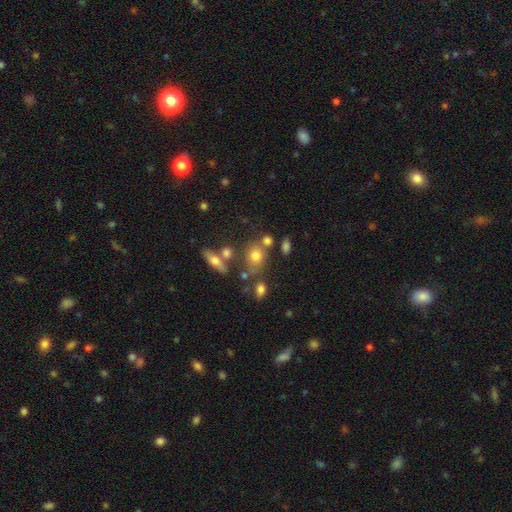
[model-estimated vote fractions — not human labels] Smooth or featured?
  - smooth: 71% *
  - featured or disk: 15%
  - star or artifact: 14%
How rounded?
  - round: 60% *
  - in between: 37%
  - cigar-shaped: 2%
Merging?
  - none: 58% *
  - merger: 21%
  - minor disturbance: 14%
  - major disturbance: 6%